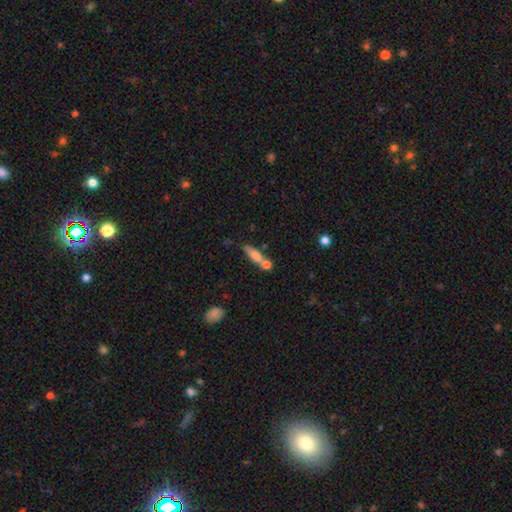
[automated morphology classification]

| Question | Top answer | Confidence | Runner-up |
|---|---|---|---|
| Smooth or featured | smooth | 67% | featured or disk (24%) |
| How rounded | cigar-shaped | 57% | in between (39%) |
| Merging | none | 48% | merger (33%) |